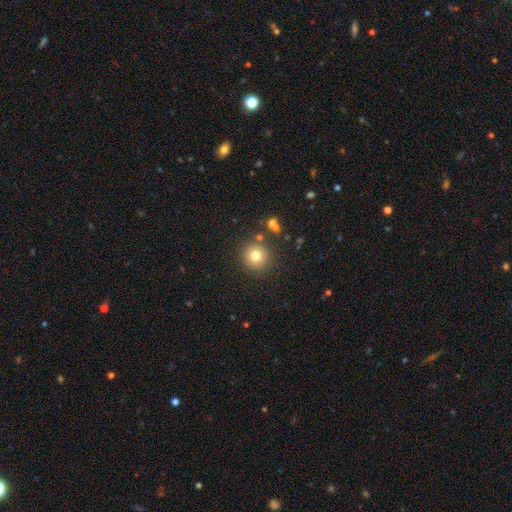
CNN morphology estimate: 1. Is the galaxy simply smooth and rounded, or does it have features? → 77% smooth, 13% star or artifact, 10% featured or disk.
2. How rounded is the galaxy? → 94% round, 5% in between, 1% cigar-shaped.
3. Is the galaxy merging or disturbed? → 84% none, 8% minor disturbance, 5% merger, 3% major disturbance.